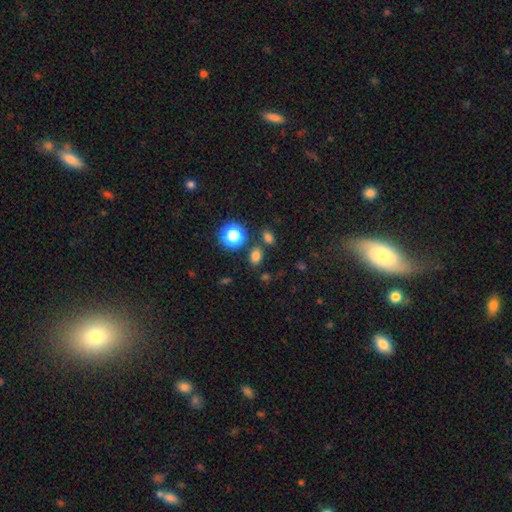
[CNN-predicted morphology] A smooth galaxy with no disk features (76%) that is in between round and cigar-shaped (66%). Merging: none (76%).